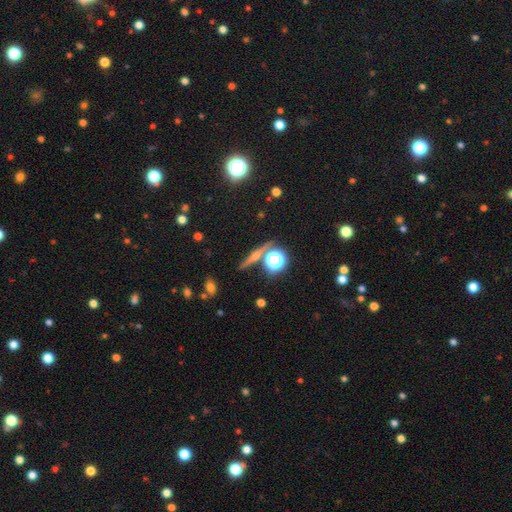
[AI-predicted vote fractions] smooth-or-featured: featured or disk: 45% | smooth: 34% | star or artifact: 21%
  merging: none: 82% | minor disturbance: 8% | merger: 6% | major disturbance: 3%